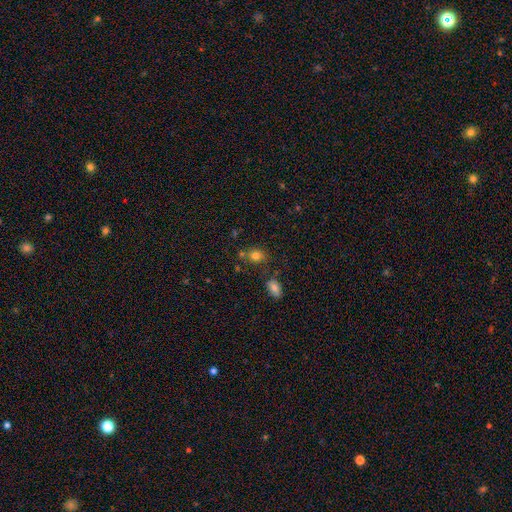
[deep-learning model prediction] smooth-or-featured: smooth: 79% | star or artifact: 13% | featured or disk: 8%
  how-rounded: round: 56% | in between: 42% | cigar-shaped: 1%
  merging: none: 67% | minor disturbance: 15% | merger: 13% | major disturbance: 5%